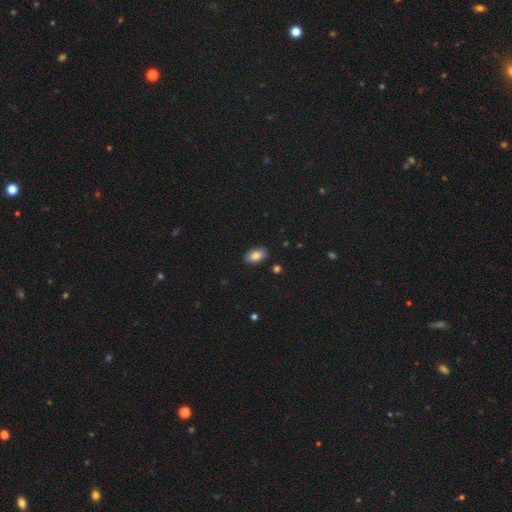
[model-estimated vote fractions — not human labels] A smooth galaxy with no disk features (83%) that is in between round and cigar-shaped (92%).

Vote fractions:
- Smooth or featured? smooth: 83% / featured or disk: 9% / star or artifact: 8%
- How rounded? in between: 92% / round: 6% / cigar-shaped: 2%
- Merging? none: 88% / minor disturbance: 9% / major disturbance: 2% / merger: 1%